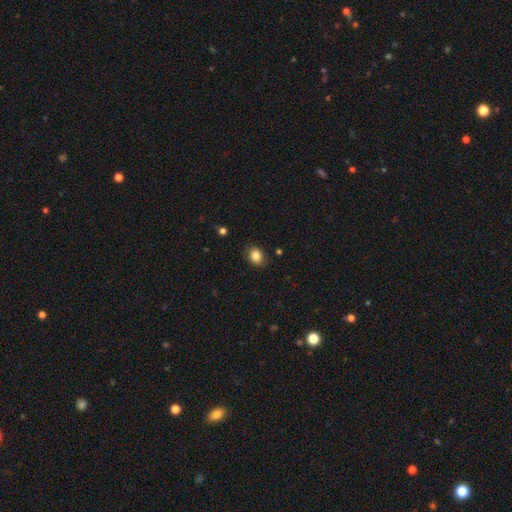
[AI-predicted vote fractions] This appears to be a smooth galaxy with no disk features (85%) that is in between round and cigar-shaped (54%). Merging: none (85%).